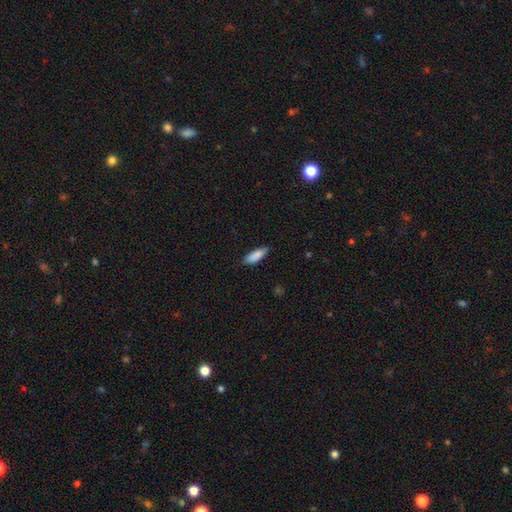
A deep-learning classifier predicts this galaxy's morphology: type=smooth (86%); roundness=in between (57%); merging=none (80%).